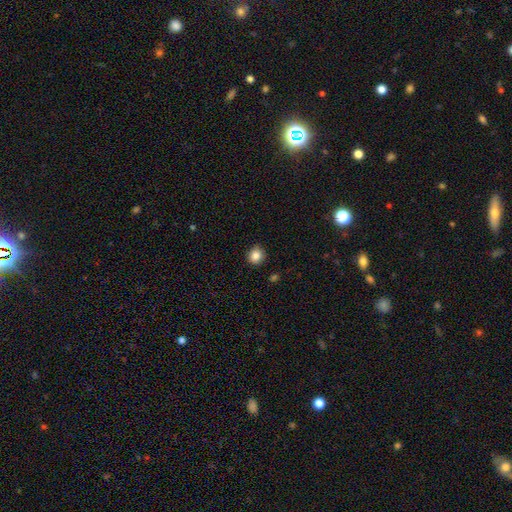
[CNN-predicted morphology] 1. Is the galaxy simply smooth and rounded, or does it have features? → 84% smooth, 10% star or artifact, 5% featured or disk.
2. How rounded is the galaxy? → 87% round, 12% in between, 1% cigar-shaped.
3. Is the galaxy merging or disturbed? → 88% none, 9% minor disturbance, 2% major disturbance, 1% merger.